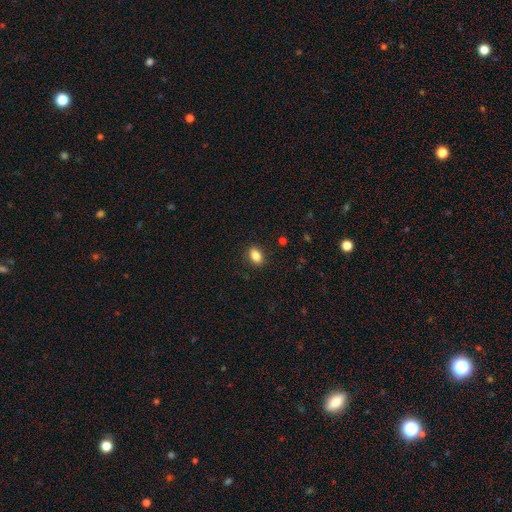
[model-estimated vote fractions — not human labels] A smooth galaxy with no disk features (86%) that is in between round and cigar-shaped (84%). Merging: none (88%).